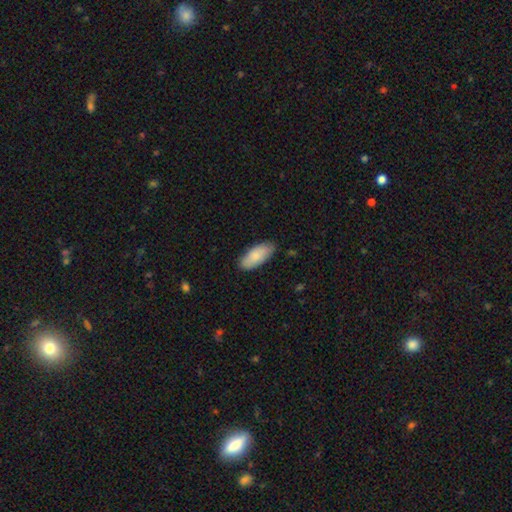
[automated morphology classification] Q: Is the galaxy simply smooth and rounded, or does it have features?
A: smooth — 84%.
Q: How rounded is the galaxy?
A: in between — 86%.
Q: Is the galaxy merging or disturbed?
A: none — 83%.